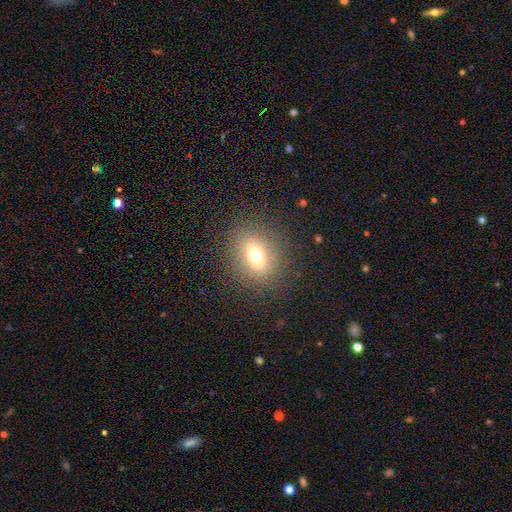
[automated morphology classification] Smooth or featured: smooth — 68% (featured or disk — 17%)
How rounded: round — 55% (in between — 43%)
Merging: none — 85% (minor disturbance — 9%)